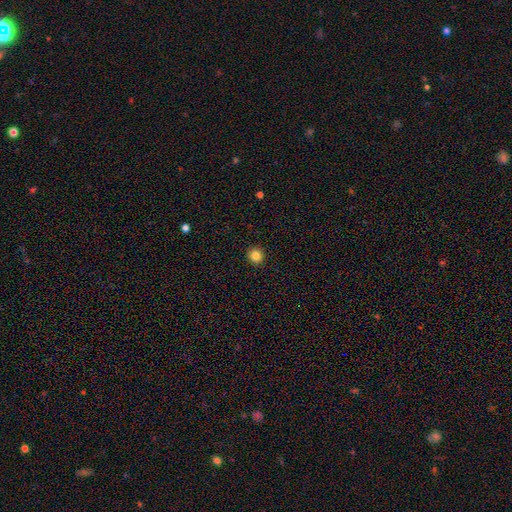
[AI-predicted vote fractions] A smooth galaxy with no disk features (84%) that is round (91%).

Vote fractions:
- Smooth or featured? smooth: 84% / star or artifact: 11% / featured or disk: 5%
- How rounded? round: 91% / in between: 8% / cigar-shaped: 1%
- Merging? none: 93% / minor disturbance: 4% / major disturbance: 1% / merger: 1%